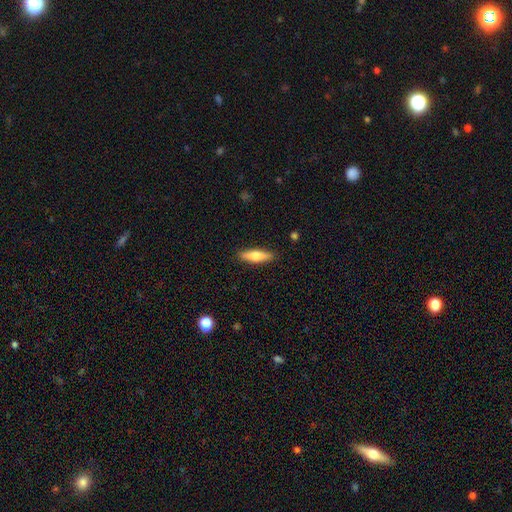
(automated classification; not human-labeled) Overall: smooth (64%; featured or disk 31%). How rounded: cigar-shaped (65%; in between 33%). Merging: none (89%).